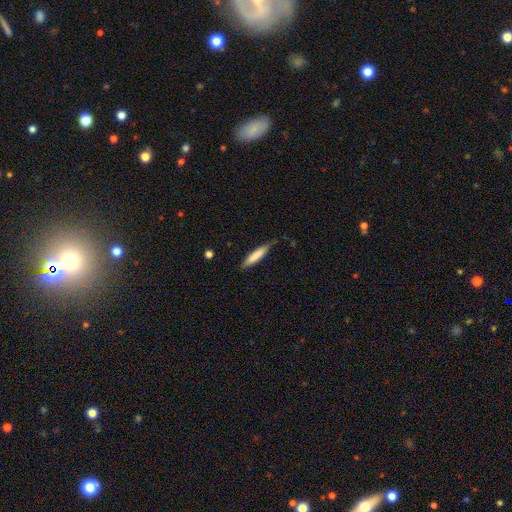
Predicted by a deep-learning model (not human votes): Q: Smooth or featured?
A: smooth (78%); runner-up: featured or disk (17%)
Q: How rounded?
A: cigar-shaped (87%); runner-up: in between (12%)
Q: Merging?
A: none (74%); runner-up: minor disturbance (20%)